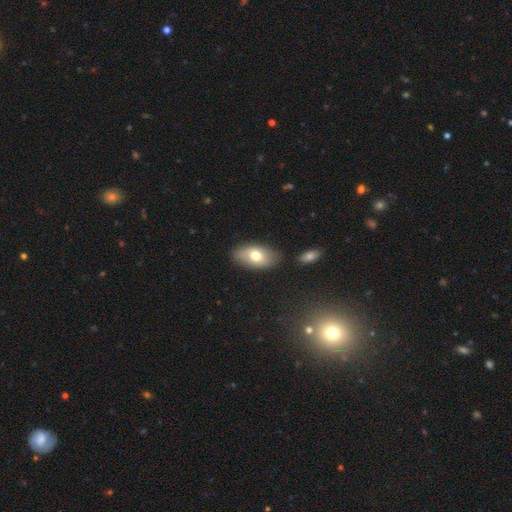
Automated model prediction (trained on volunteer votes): Smooth or featured? smooth (72%)
How rounded? in between (92%)
Merging? none (81%)